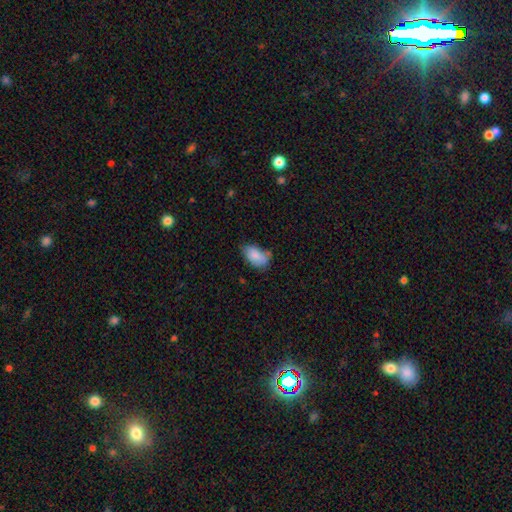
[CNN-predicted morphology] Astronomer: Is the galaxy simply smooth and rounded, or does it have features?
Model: smooth — 84%.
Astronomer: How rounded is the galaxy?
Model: in between — 92%.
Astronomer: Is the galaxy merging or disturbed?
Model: none — 52% (runner-up: minor disturbance, 32%).